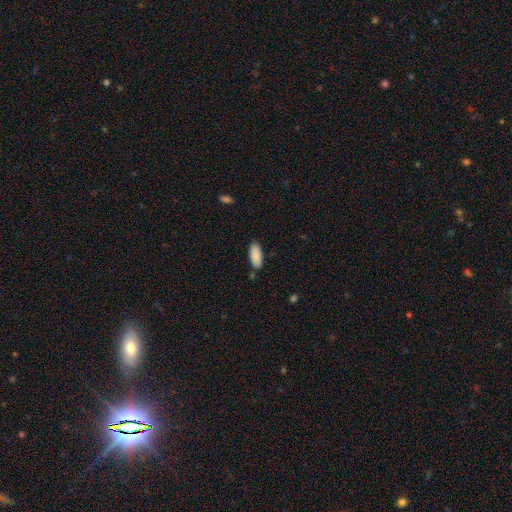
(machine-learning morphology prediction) A smooth galaxy with no disk features (90%) that is in between round and cigar-shaped (84%). Merging: none (82%).